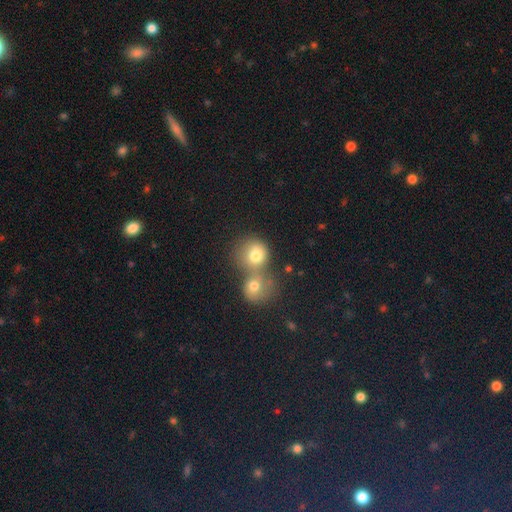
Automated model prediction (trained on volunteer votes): Smooth or featured? smooth (75%)
How rounded? round (82%)
Merging? merger (58%)